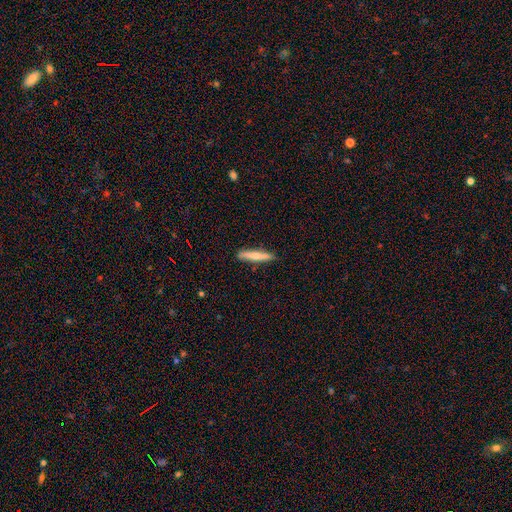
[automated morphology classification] Smooth or featured? smooth (58%)
How rounded? cigar-shaped (91%)
Merging? none (88%)